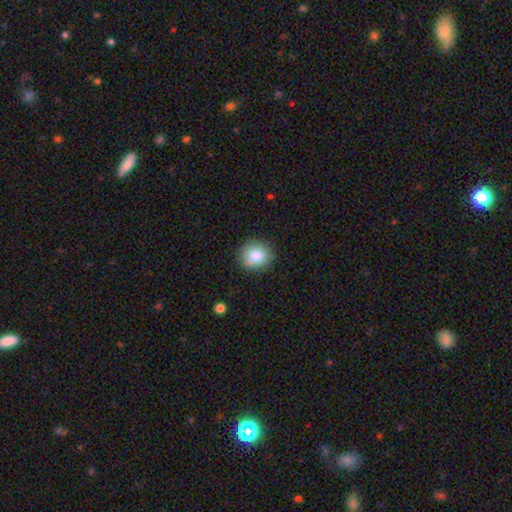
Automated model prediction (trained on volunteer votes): smooth-or-featured: smooth: 83% | star or artifact: 9% | featured or disk: 8%
  how-rounded: round: 80% | in between: 19% | cigar-shaped: 1%
  merging: none: 85% | minor disturbance: 11% | major disturbance: 2% | merger: 1%